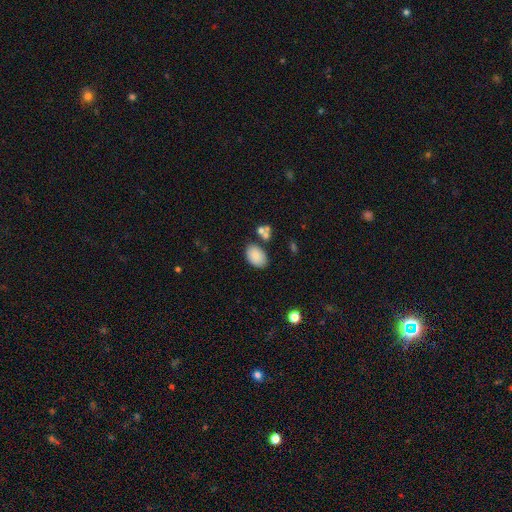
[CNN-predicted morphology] type=smooth (87%); roundness=in between (90%); merging=none (76%).